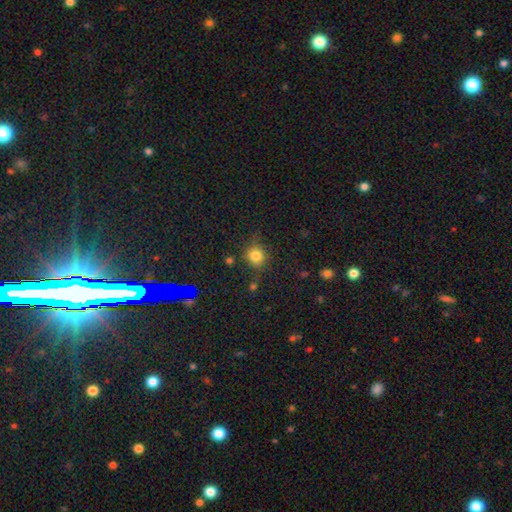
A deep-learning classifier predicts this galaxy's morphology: type=smooth (79%); roundness=round (85%); merging=none (77%).